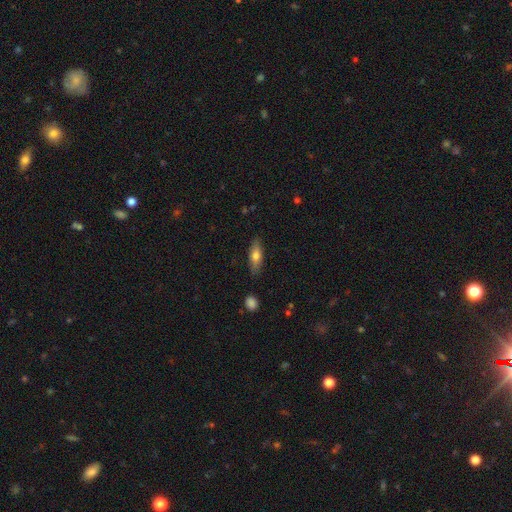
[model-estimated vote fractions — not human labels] Overall: smooth (68%). How rounded: in between (56%; cigar-shaped 41%). Merging: none (85%).